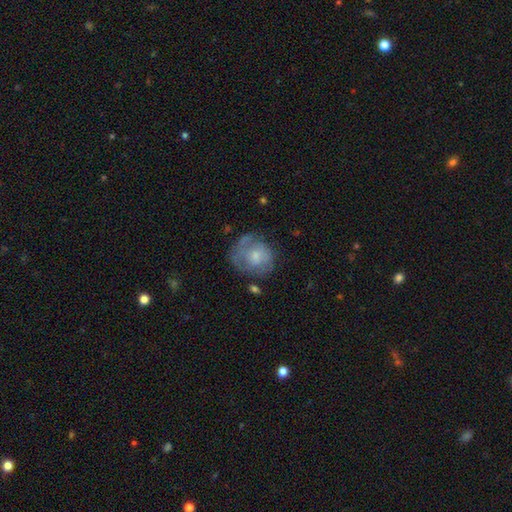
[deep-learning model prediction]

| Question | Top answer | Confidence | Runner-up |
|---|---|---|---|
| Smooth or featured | smooth | 49% | featured or disk (44%) |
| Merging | none | 52% | minor disturbance (26%) |